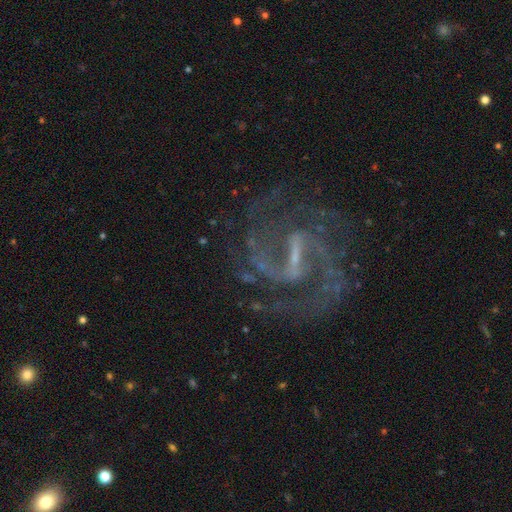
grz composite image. It shows a featured or disk galaxy (85%) with a strong bar (58%), 2 (73%) medium (55%) spiral arms (100%) and a small central bulge (67%). Merging: none (91%).